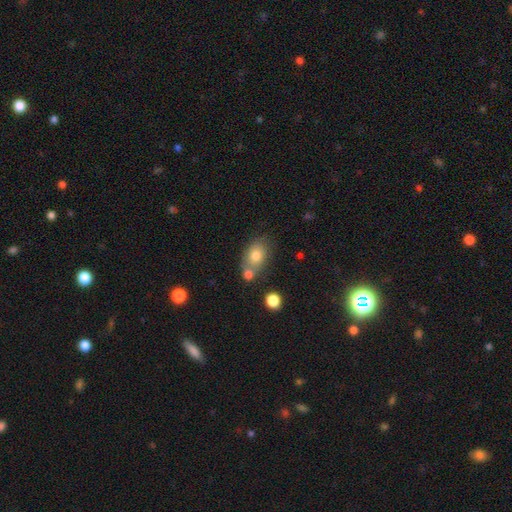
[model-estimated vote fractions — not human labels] Q: Smooth or featured?
A: smooth (76%); runner-up: featured or disk (14%)
Q: How rounded?
A: in between (71%); runner-up: round (27%)
Q: Merging?
A: none (46%); runner-up: merger (36%)